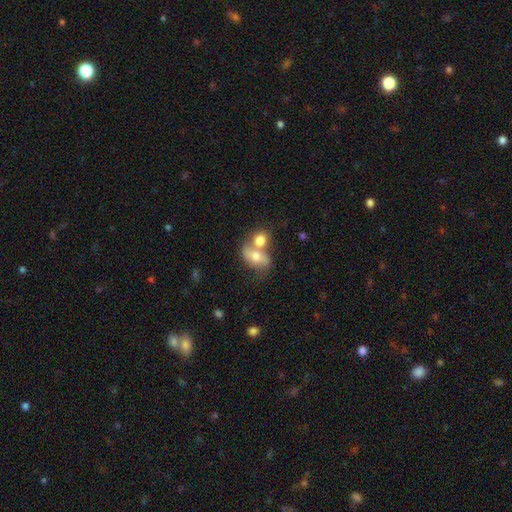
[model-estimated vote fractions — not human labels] Smooth or featured: smooth — 51% (featured or disk — 38%)
How rounded: in between — 67% (round — 30%)
Merging: merger — 56% (none — 27%)